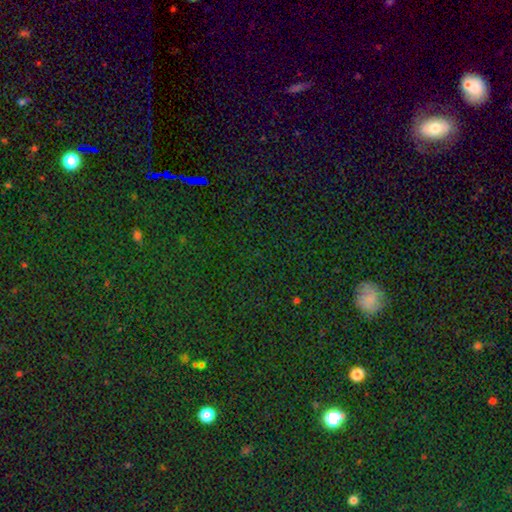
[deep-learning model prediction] This is likely a star or artifact rather than a galaxy (71%).